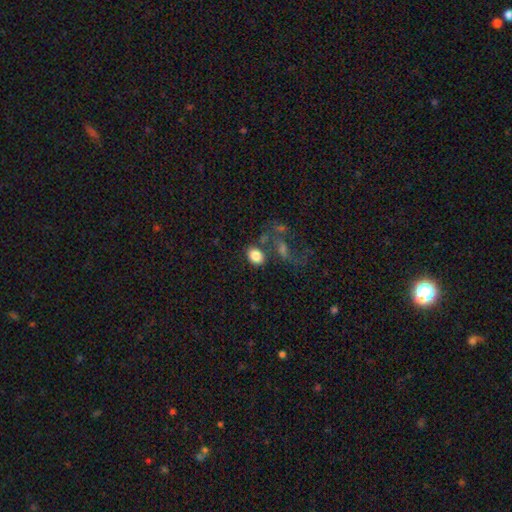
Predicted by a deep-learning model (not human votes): Q: Smooth or featured?
A: smooth (83%); runner-up: star or artifact (9%)
Q: How rounded?
A: in between (68%); runner-up: round (31%)
Q: Merging?
A: none (64%); runner-up: merger (14%)